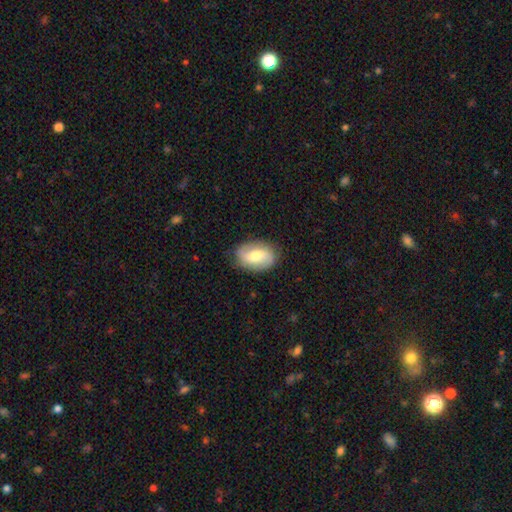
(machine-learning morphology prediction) type=featured or disk (54%); edge-on=no (95%); bar=weak (42%); spiral arms=yes (78%); bulge=moderate (69%); merging=none (83%).